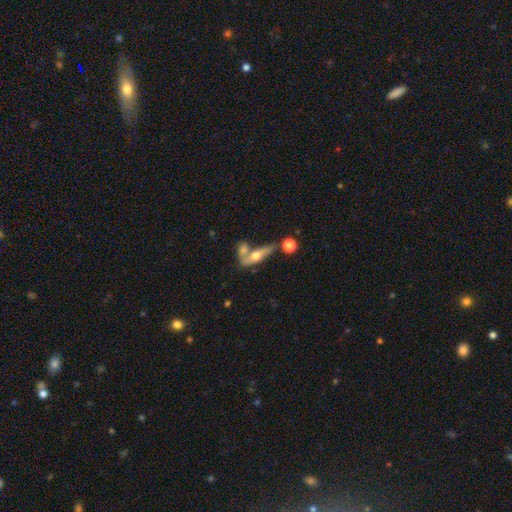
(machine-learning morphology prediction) smooth_or_featured: smooth (p=0.50) [alt: featured or disk p=0.43]
merging: none (p=0.41) [alt: merger p=0.39]